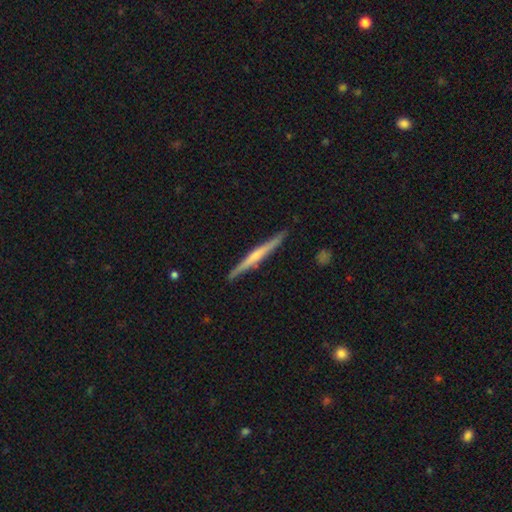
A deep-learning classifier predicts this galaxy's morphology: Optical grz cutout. It shows a featured or disk galaxy (65%) viewed edge-on (98%) with a rounded central bulge (50%). Merging: none (90%).